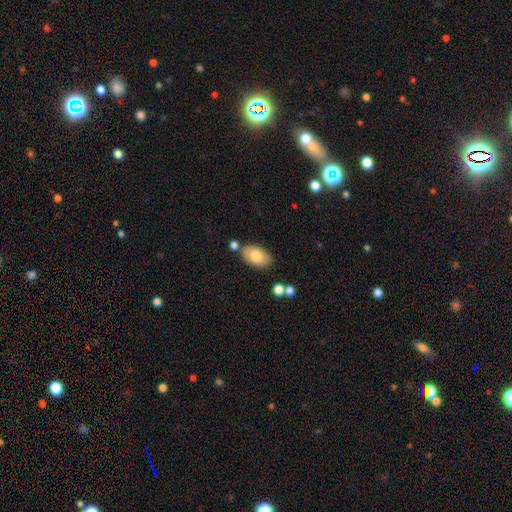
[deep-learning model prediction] Smooth or featured? Predicted: smooth (p=0.80). How rounded? Predicted: in between (p=0.94). Merging? Predicted: none (p=0.76).